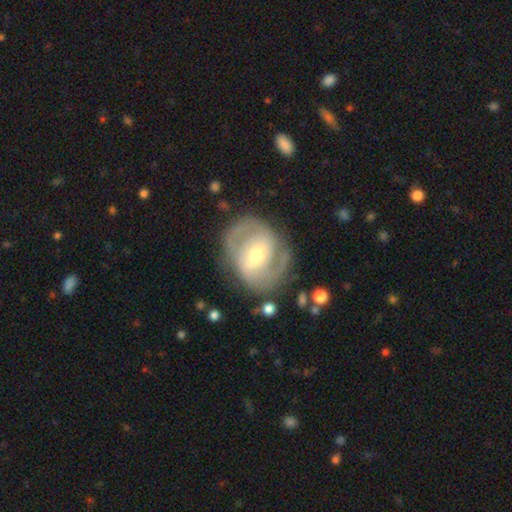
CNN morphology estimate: featured or disk 78%, smooth 16%, star or artifact 5%. Down the decision tree: edge-on disk — no (97%); bar — weak (47%); spiral arms — yes (81%); spiral arm count — 2 (68%); spiral winding — medium (42%, tied with tight); bulge size — moderate (57%); merging — none (70%).